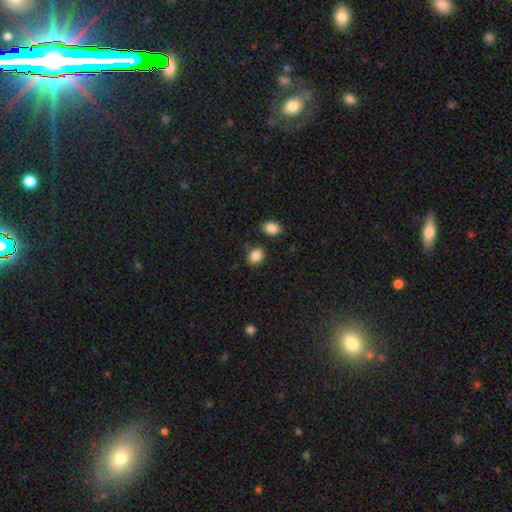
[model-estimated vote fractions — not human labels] Smooth or featured? Predicted: smooth (p=0.87). How rounded? Predicted: in between (p=0.56). Merging? Predicted: none (p=0.78).